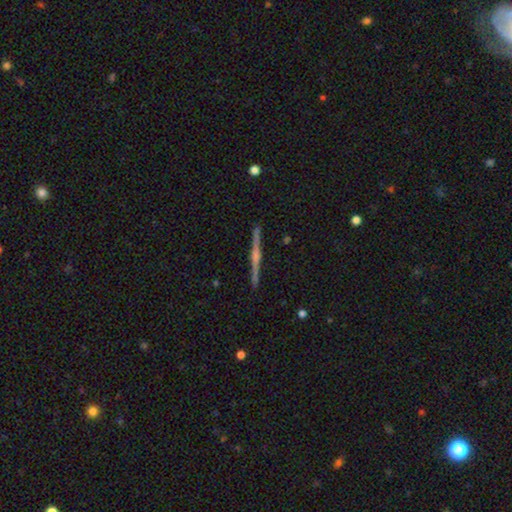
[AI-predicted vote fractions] The model was most divided on "edge-on bulge": rounded: 80%, none: 10%, boxy: 10%. More confident: edge-on disk — yes (99%); merging — none (93%); smooth or featured — featured or disk (83%).